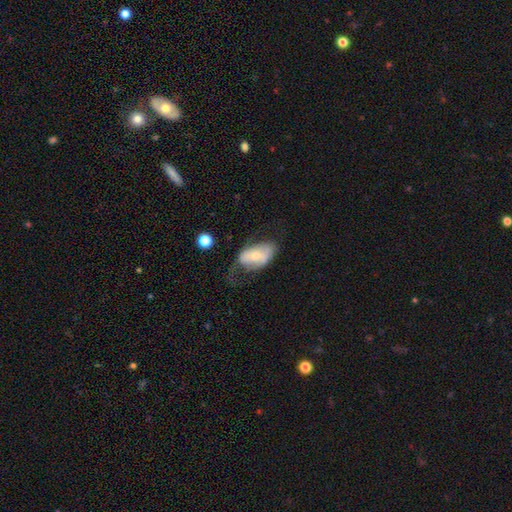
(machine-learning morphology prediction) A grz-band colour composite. It shows a smooth galaxy with no disk features (52%) that is in between round and cigar-shaped (92%). Merging: none (34%).